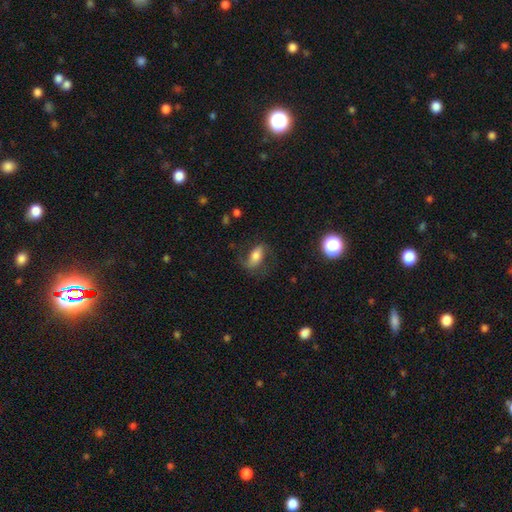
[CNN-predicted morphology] This is possibly a smooth galaxy (46%). Merging: likely none (62%).